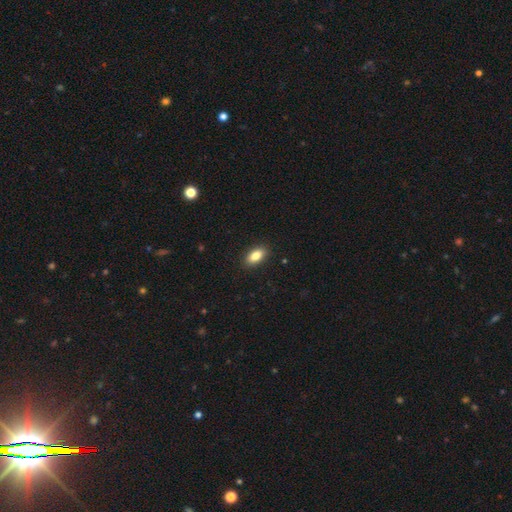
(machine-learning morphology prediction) Smooth or featured? Predicted: smooth (p=0.84). How rounded? Predicted: in between (p=0.90). Merging? Predicted: none (p=0.89).